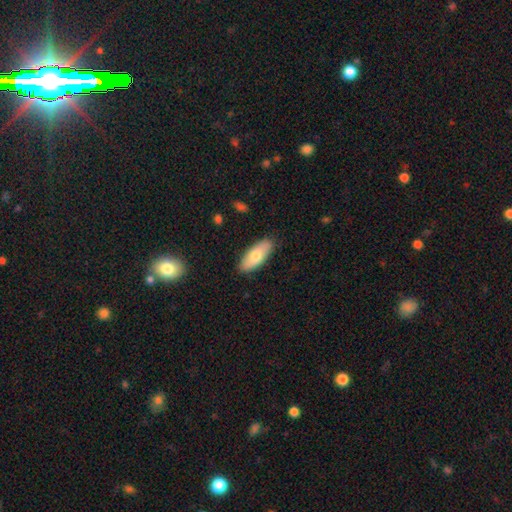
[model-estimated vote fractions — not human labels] Morphology: type=smooth (73%); roundness=in between (79%); merging=none (87%).